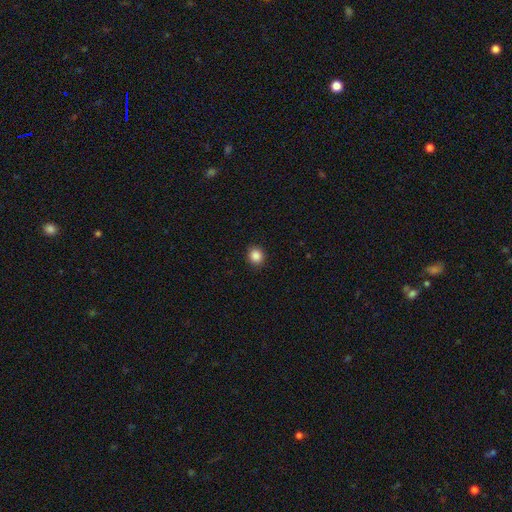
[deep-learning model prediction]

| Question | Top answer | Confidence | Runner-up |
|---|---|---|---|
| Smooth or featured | smooth | 87% | star or artifact (10%) |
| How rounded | round | 80% | in between (19%) |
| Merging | none | 91% | minor disturbance (6%) |